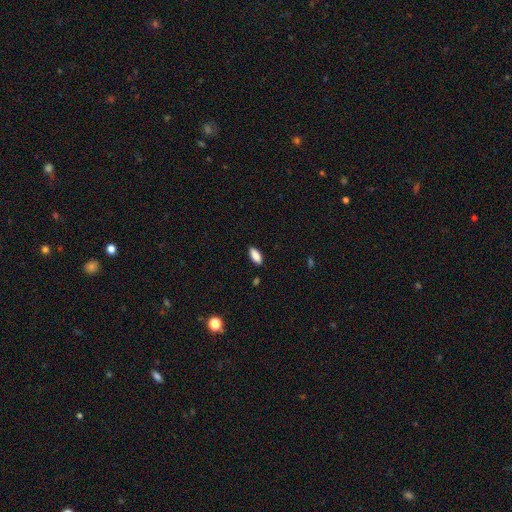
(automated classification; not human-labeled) Smooth or featured? Predicted: smooth (p=0.88). How rounded? Predicted: in between (p=0.83). Merging? Predicted: none (p=0.87).